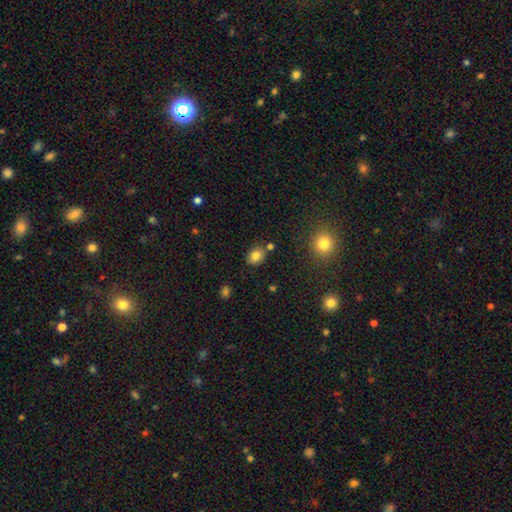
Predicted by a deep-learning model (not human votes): A smooth galaxy with no disk features (82%) that is in between round and cigar-shaped (60%). Merging: none (77%).